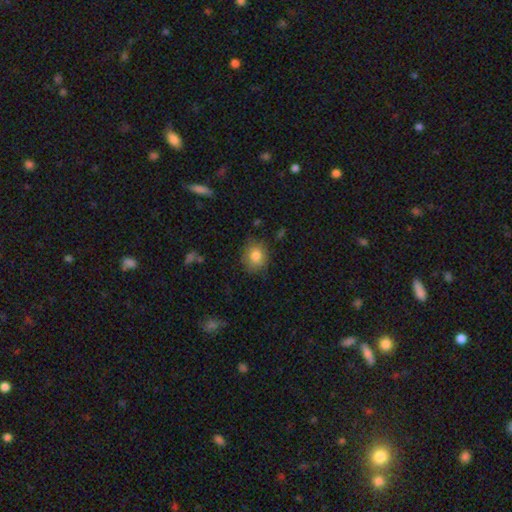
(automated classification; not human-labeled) Q: Smooth or featured?
A: smooth (81%); runner-up: featured or disk (10%)
Q: How rounded?
A: round (68%); runner-up: in between (31%)
Q: Merging?
A: none (79%); runner-up: minor disturbance (16%)